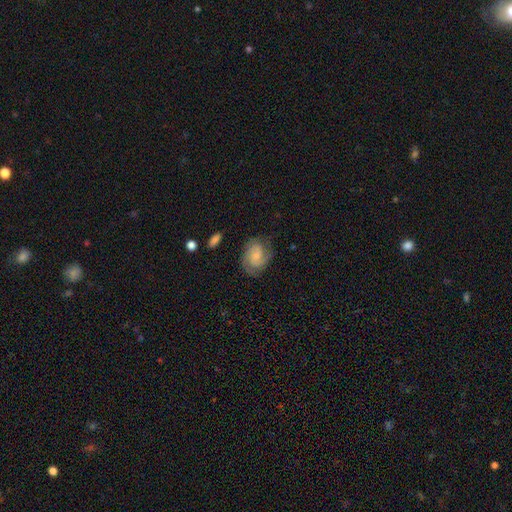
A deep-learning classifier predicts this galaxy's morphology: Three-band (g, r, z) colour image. It shows a featured or disk galaxy (73%) with no bar (57%), 2 (68%) tight (48%) spiral arms (95%) and a small central bulge (53%). Merging: none (72%).